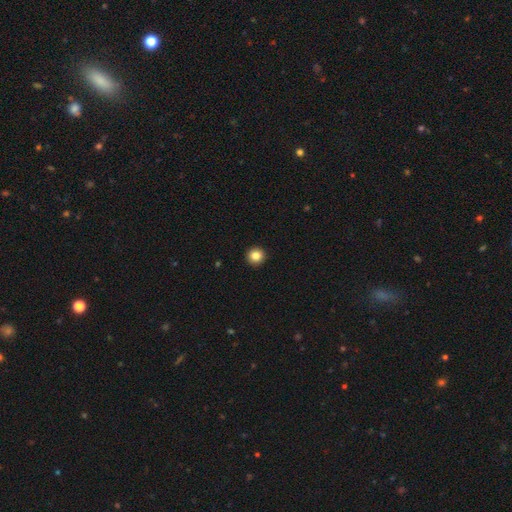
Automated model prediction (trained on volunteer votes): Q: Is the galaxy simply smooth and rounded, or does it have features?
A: smooth — 84%.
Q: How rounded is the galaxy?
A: round — 95%.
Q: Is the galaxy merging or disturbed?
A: none — 94%.